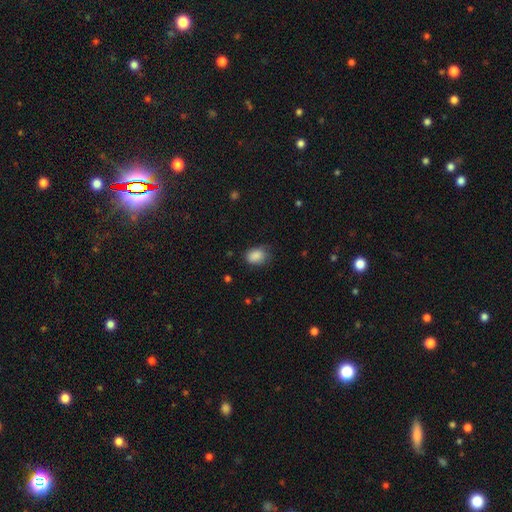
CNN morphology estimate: smooth 87%, star or artifact 8%, featured or disk 5%. Down the decision tree: how rounded — in between (70%); merging — none (62%).